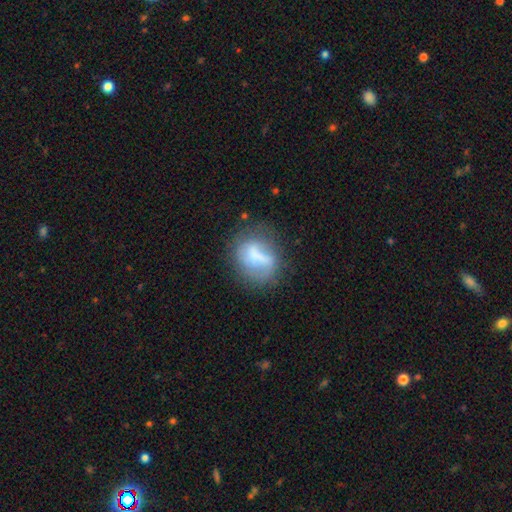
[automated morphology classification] Q: Smooth or featured?
A: smooth (53%); runner-up: featured or disk (38%)
Q: How rounded?
A: in between (51%); runner-up: round (45%)
Q: Merging?
A: none (49%); runner-up: minor disturbance (25%)